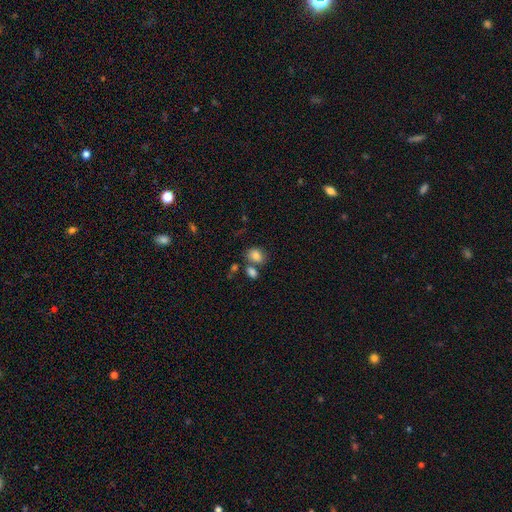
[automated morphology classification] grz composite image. It shows a smooth galaxy with no disk features (82%) that is in between round and cigar-shaped (57%). Merging: none (57%).